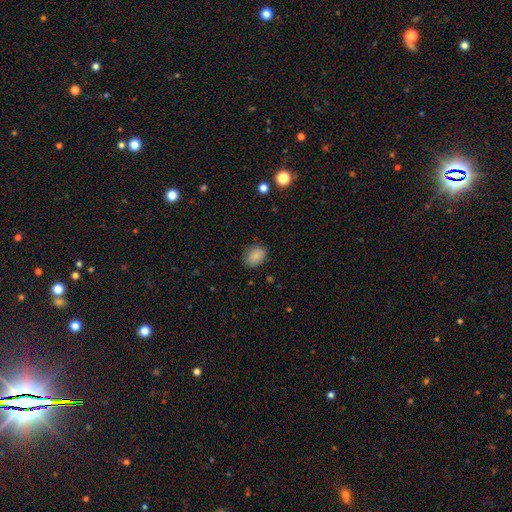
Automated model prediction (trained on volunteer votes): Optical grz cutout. It shows a smooth galaxy with no disk features (87%) that is in between round and cigar-shaped (72%). Merging: none (82%).